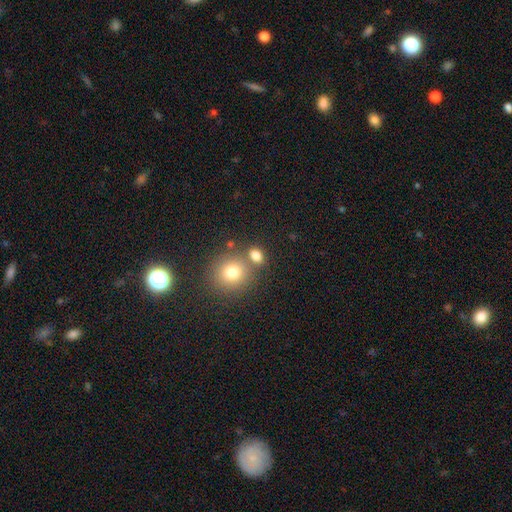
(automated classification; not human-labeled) This is likely a smooth galaxy (79%). How rounded: possibly in between (51%). Merging: likely none (60%).